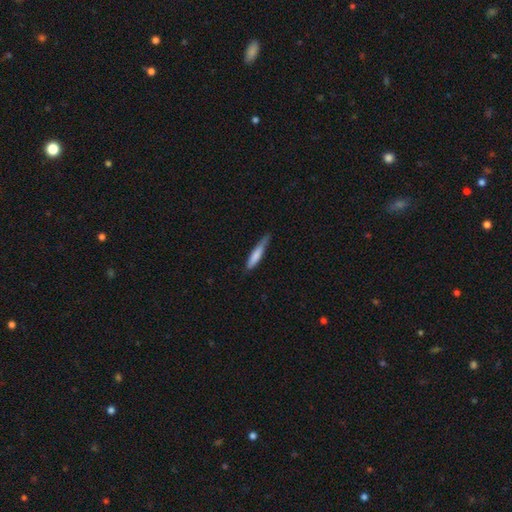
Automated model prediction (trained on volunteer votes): A smooth galaxy with no disk features (76%) that is cigar-shaped (87%).

Vote fractions:
- Smooth or featured? smooth: 76% / featured or disk: 18% / star or artifact: 5%
- How rounded? cigar-shaped: 87% / in between: 12% / round: 1%
- Merging? none: 59% / minor disturbance: 33% / major disturbance: 6% / merger: 2%